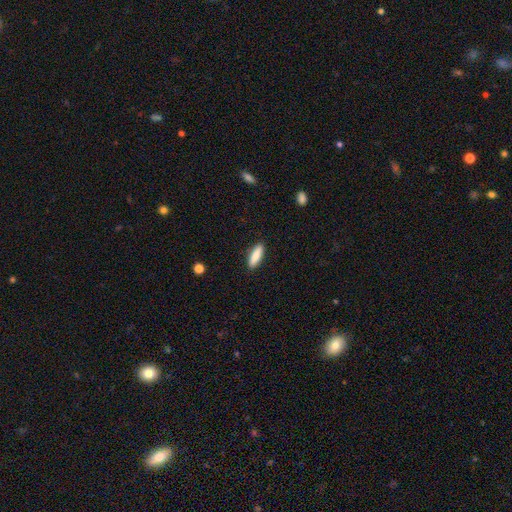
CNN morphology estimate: Smooth or featured?
  - smooth: 86% *
  - featured or disk: 8%
  - star or artifact: 6%
How rounded?
  - in between: 49% * (tied)
  - cigar-shaped: 49% * (tied)
  - round: 2%
Merging?
  - none: 89% *
  - minor disturbance: 8%
  - major disturbance: 2%
  - merger: 1%